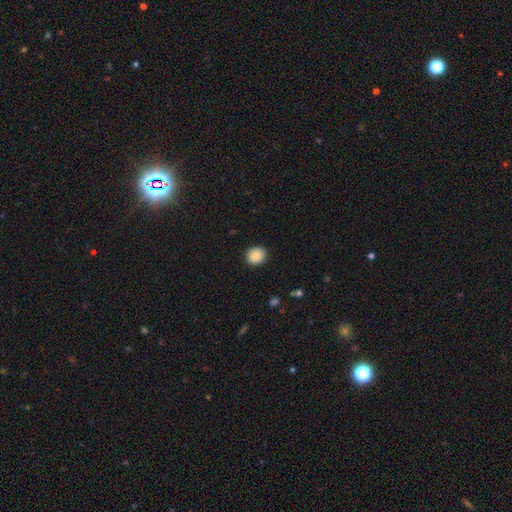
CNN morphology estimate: A smooth galaxy with no disk features (89%) that is round (79%). Merging: none (90%).